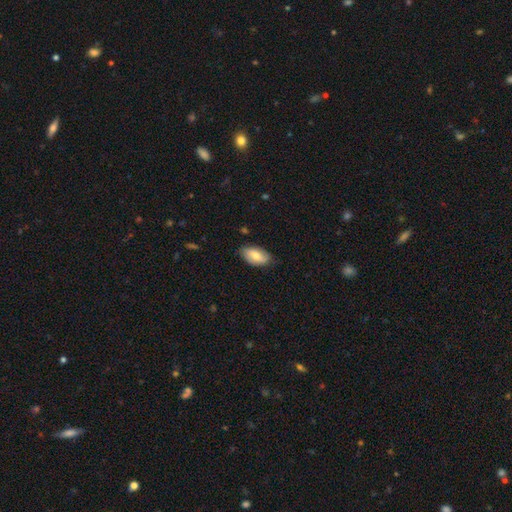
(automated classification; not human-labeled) A smooth galaxy with no disk features (73%) that is in between round and cigar-shaped (94%). Merging: none (77%).